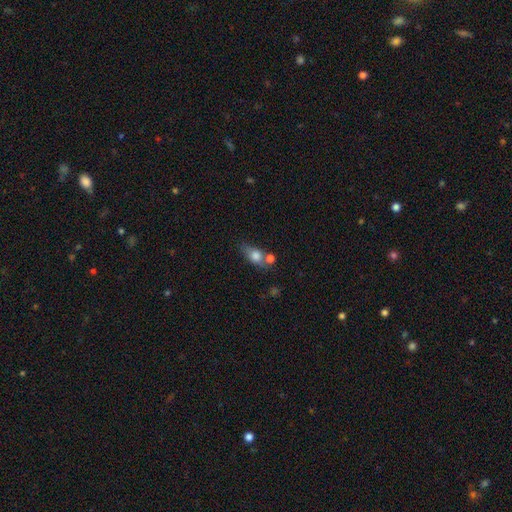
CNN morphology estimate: smooth-or-featured: smooth: 72% | featured or disk: 19% | star or artifact: 10%
  how-rounded: in between: 62% | round: 29% | cigar-shaped: 10%
  merging: none: 43% | merger: 27% | minor disturbance: 21% | major disturbance: 10%